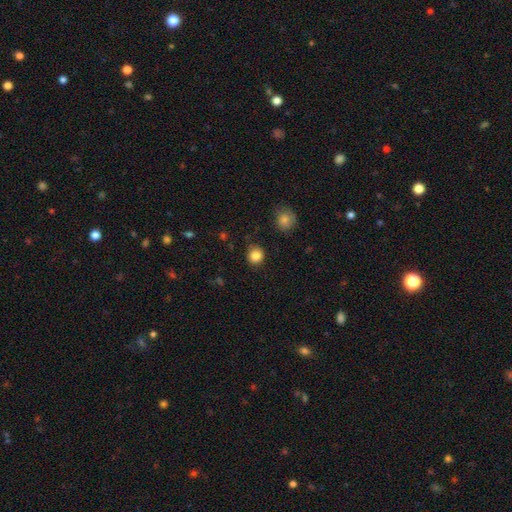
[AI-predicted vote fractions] Overall: smooth (85%). How rounded: round (89%). Merging: none (87%).